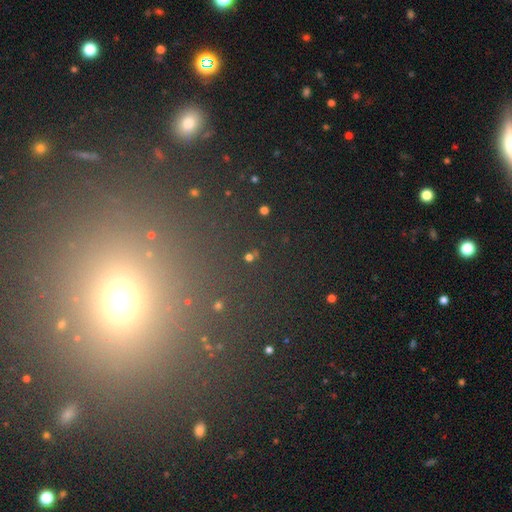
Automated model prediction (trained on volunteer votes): Smooth or featured? star or artifact (47%)